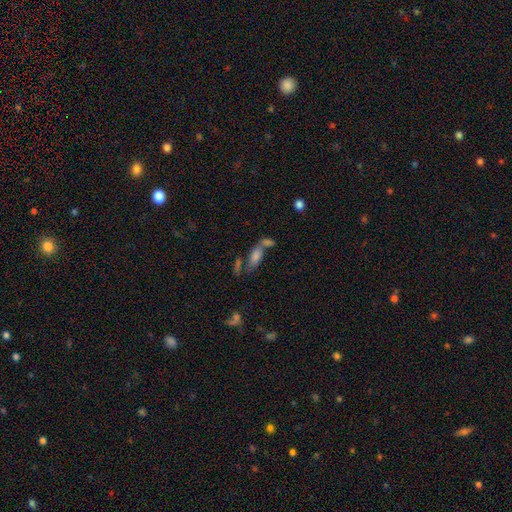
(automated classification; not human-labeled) A smooth galaxy with no disk features (60%) that is in between round and cigar-shaped (73%). Merging: merger (47%).